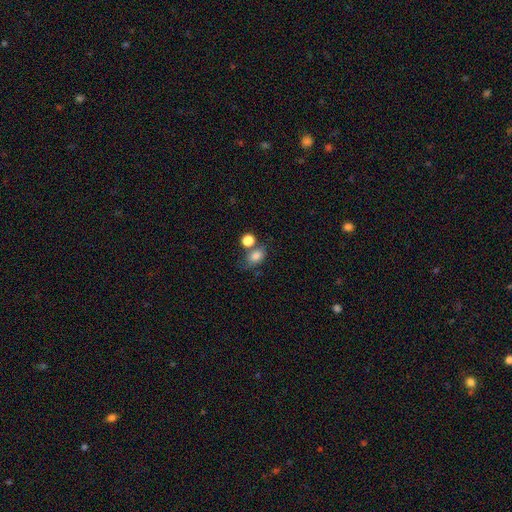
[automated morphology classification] A smooth galaxy with no disk features (81%) that is in between round and cigar-shaped (65%).

Vote fractions:
- Smooth or featured? smooth: 81% / star or artifact: 10% / featured or disk: 9%
- How rounded? in between: 65% / round: 33% / cigar-shaped: 2%
- Merging? none: 47% / merger: 28% / minor disturbance: 17% / major disturbance: 8%